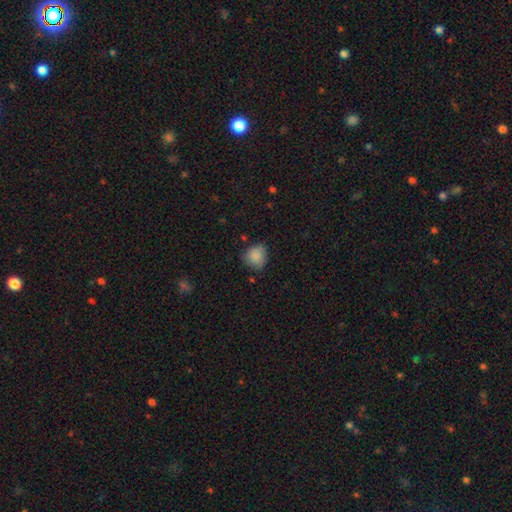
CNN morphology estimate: Smooth or featured: smooth — 86% (star or artifact — 9%)
How rounded: round — 78% (in between — 21%)
Merging: none — 70% (minor disturbance — 24%)